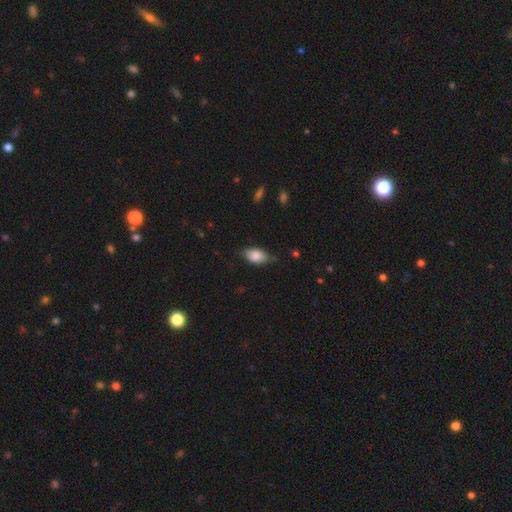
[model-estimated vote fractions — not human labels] A smooth galaxy with no disk features (82%) that is in between round and cigar-shaped (91%). Merging: none (65%).